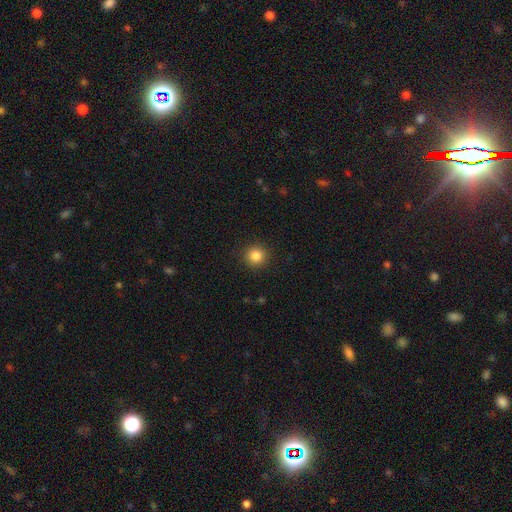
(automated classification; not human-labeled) Q: Smooth or featured?
A: smooth (85%); runner-up: star or artifact (11%)
Q: How rounded?
A: round (93%); runner-up: in between (6%)
Q: Merging?
A: none (91%); runner-up: minor disturbance (6%)